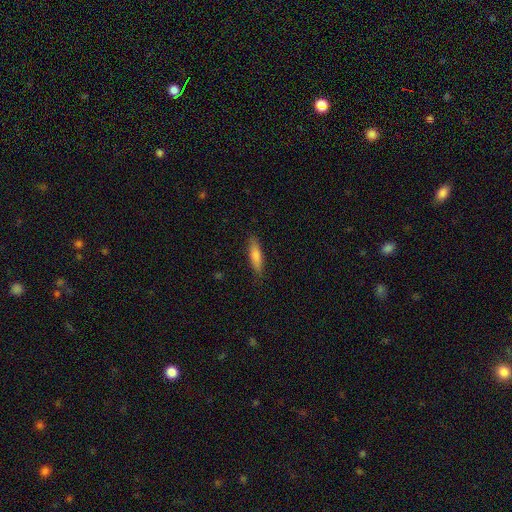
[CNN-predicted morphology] This appears to be a smooth galaxy with no disk features (78%) that is cigar-shaped (69%). Merging: none (84%).